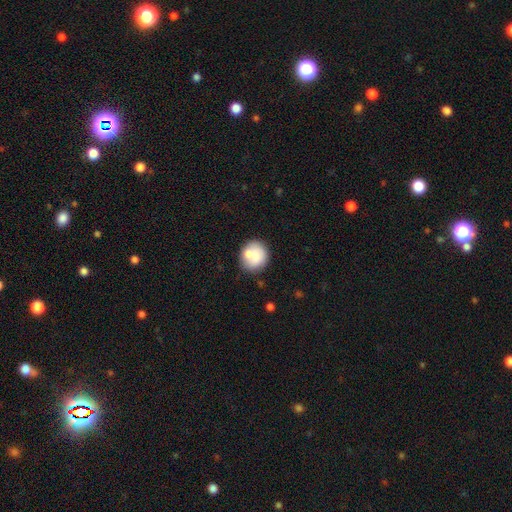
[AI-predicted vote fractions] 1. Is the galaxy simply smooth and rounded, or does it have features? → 76% smooth, 16% featured or disk, 8% star or artifact.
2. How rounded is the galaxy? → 82% round, 17% in between, 1% cigar-shaped.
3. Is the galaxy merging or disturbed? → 63% none, 18% merger, 15% minor disturbance, 5% major disturbance.